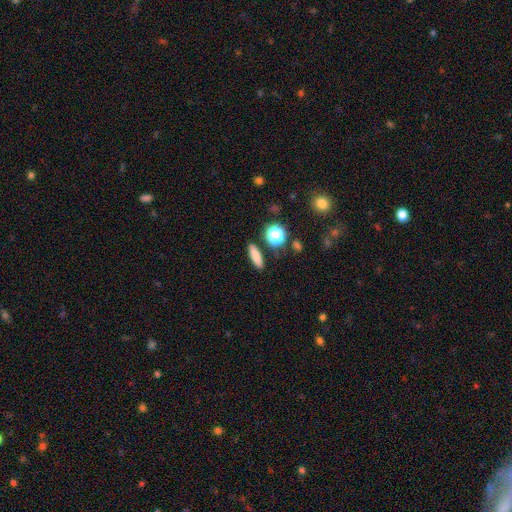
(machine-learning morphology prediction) Smooth or featured: smooth — 79% (star or artifact — 12%)
How rounded: cigar-shaped — 55% (in between — 35%)
Merging: none — 87% (minor disturbance — 8%)